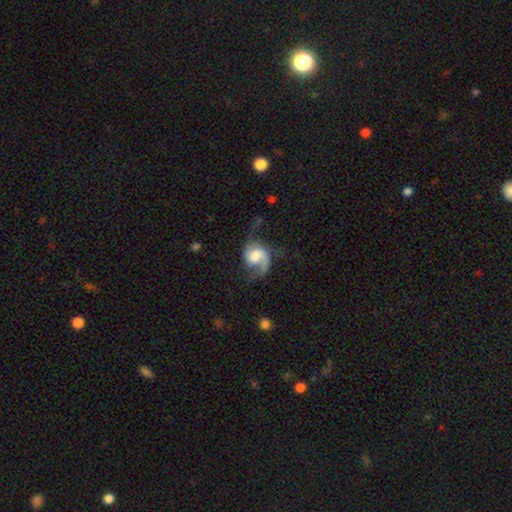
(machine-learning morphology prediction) The model was most divided on "bulge size": large: 37%, moderate: 29%, none: 13%, small: 12%, dominant: 8%. Remaining: edge-on disk — no (98%); spiral arms — yes (94%); smooth or featured — featured or disk (76%); spiral arm count — 2 (68%); bar — no (57%); spiral winding — loose (54%); merging — none (47%).